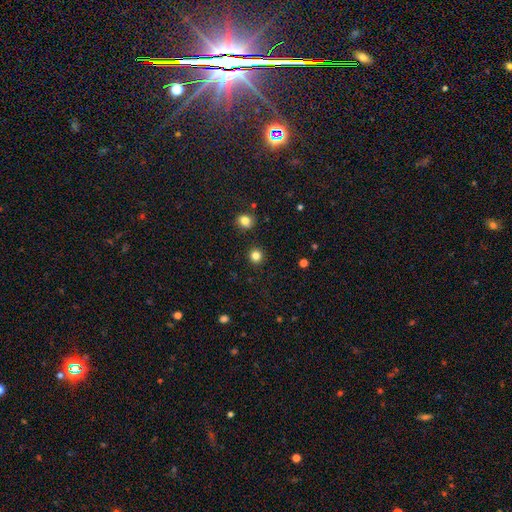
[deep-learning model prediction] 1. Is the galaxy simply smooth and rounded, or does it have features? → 83% smooth, 13% star or artifact, 4% featured or disk.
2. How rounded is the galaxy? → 92% round, 7% in between, 1% cigar-shaped.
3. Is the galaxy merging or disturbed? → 91% none, 5% minor disturbance, 2% merger, 2% major disturbance.